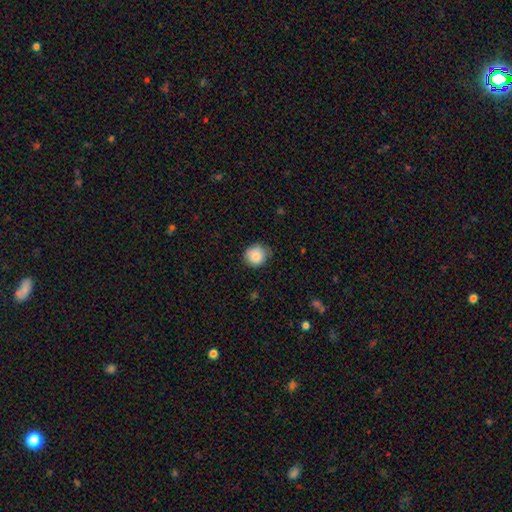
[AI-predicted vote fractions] A smooth galaxy with no disk features (84%) that is round (88%).

Vote fractions:
- Smooth or featured? smooth: 84% / star or artifact: 9% / featured or disk: 7%
- How rounded? round: 88% / in between: 12% / cigar-shaped: 1%
- Merging? none: 75% / minor disturbance: 20% / major disturbance: 3% / merger: 1%